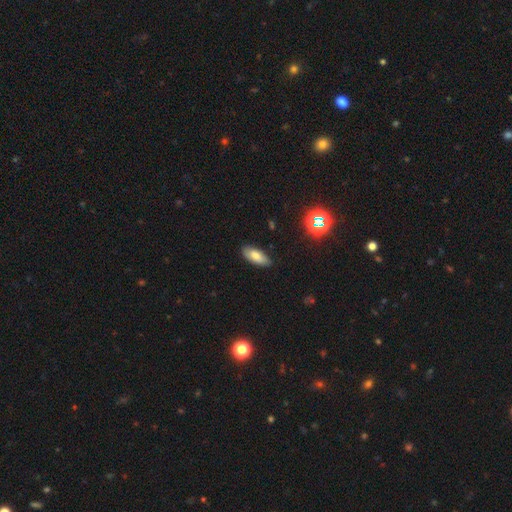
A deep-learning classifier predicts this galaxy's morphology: smooth-or-featured: smooth: 74% | featured or disk: 17% | star or artifact: 9%
  how-rounded: in between: 85% | cigar-shaped: 13% | round: 2%
  merging: none: 81% | minor disturbance: 15% | major disturbance: 2% | merger: 1%